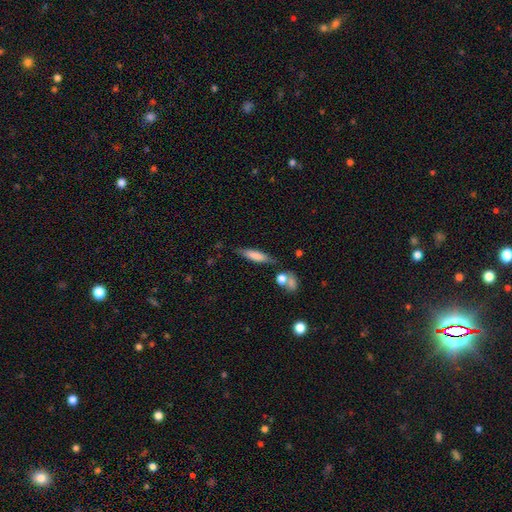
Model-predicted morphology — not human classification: The model was most divided on "smooth or featured": smooth: 71%, featured or disk: 22%, star or artifact: 7%. More confident: how rounded — cigar-shaped (74%); merging — none (73%).